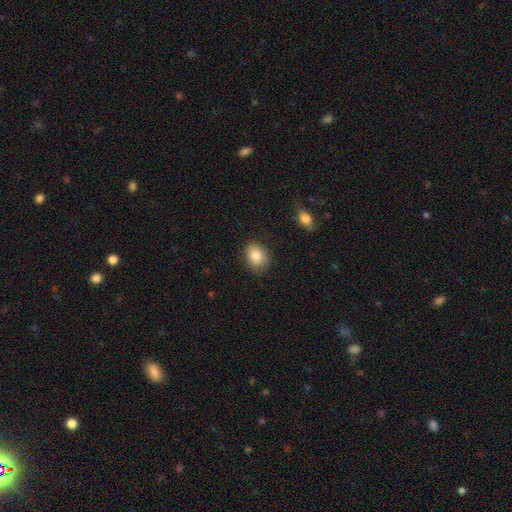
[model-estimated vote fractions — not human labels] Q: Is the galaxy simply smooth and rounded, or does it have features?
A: smooth — 84%.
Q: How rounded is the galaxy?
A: in between — 59%.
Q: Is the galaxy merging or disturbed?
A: none — 81%.